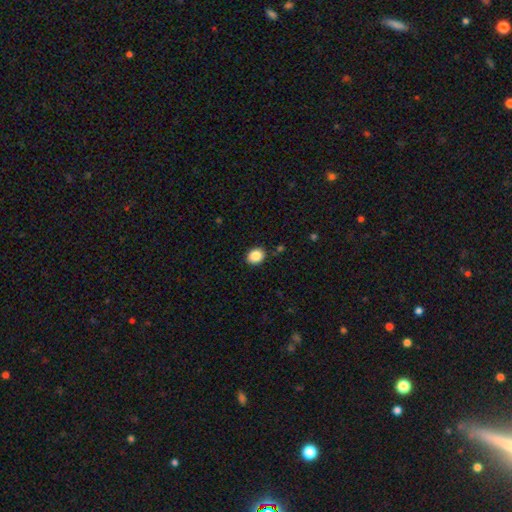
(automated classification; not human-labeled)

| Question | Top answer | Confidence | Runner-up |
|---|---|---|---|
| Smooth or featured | smooth | 88% | star or artifact (8%) |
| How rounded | round | 54% | in between (46%) |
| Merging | none | 89% | minor disturbance (7%) |